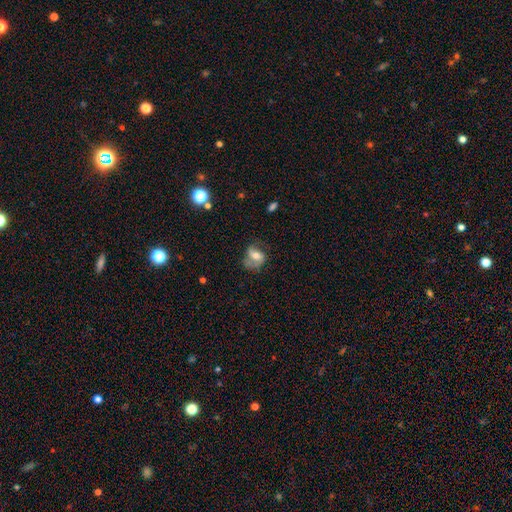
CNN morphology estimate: A featured or disk galaxy (54%) with a weak bar (39%), spiral arms (77%) and a moderate central bulge (61%). Merging: none (51%).